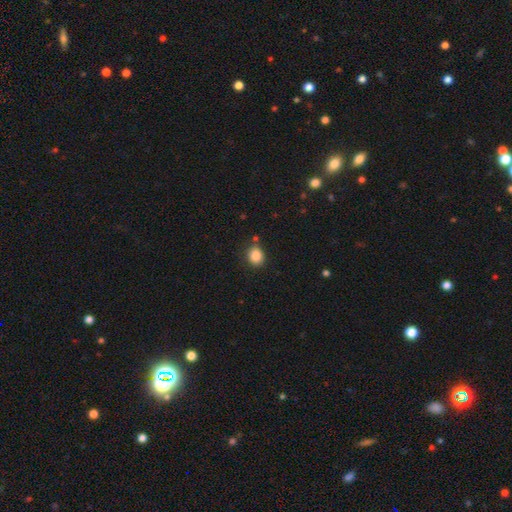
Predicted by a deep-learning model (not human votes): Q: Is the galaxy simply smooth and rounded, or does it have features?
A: smooth — 85%.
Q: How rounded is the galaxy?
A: round — 65%.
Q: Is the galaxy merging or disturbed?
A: none — 79%.